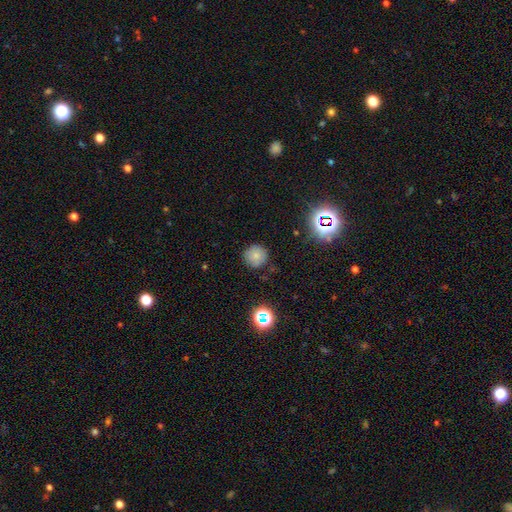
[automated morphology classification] This appears to be a smooth galaxy with no disk features (75%) that is round (94%). Merging: none (85%).